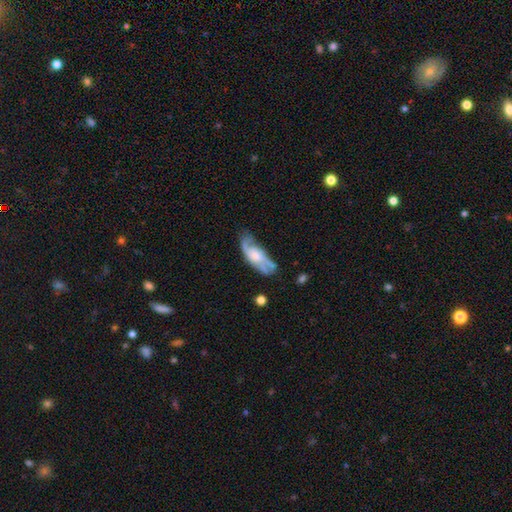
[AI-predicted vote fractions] Smooth or featured?
  - featured or disk: 71% *
  - smooth: 23%
  - star or artifact: 6%
Edge-on disk?
  - no: 89% *
  - yes: 11%
Bar?
  - no: 64% *
  - weak: 29%
  - strong: 7%
Spiral arms?
  - yes: 88% *
  - no: 12%
Spiral winding?
  - medium: 42% *
  - loose: 40%
  - tight: 18%
Spiral arm count?
  - 2: 68% *
  - can't tell: 14%
  - 1: 8%
  - 3: 6%
  - 4: 2%
  - more than 4: 2%
Bulge size?
  - moderate: 39% *
  - small: 23%
  - large: 21%
  - none: 14%
  - dominant: 2%
Merging?
  - none: 55% *
  - minor disturbance: 25%
  - major disturbance: 16%
  - merger: 4%